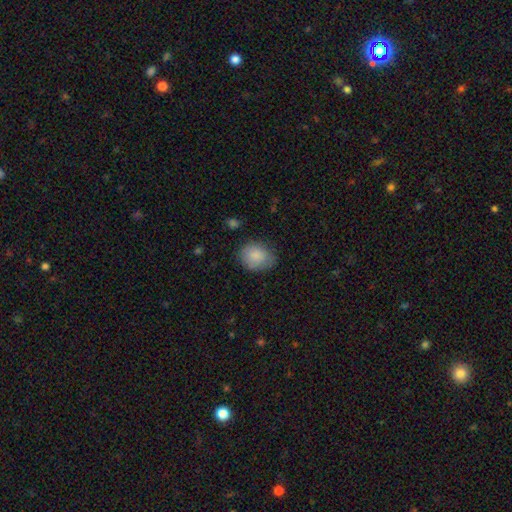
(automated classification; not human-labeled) Overall: smooth (85%). How rounded: round (52%; in between 47%). Merging: none (71%).